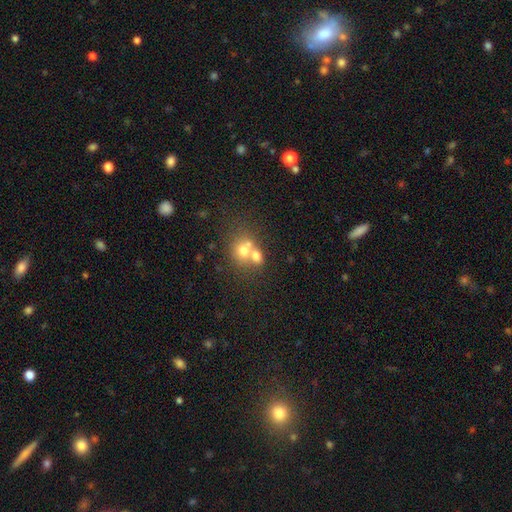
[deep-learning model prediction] This appears to be a smooth galaxy with no disk features (67%) that is round (63%). Merging: merger (59%).